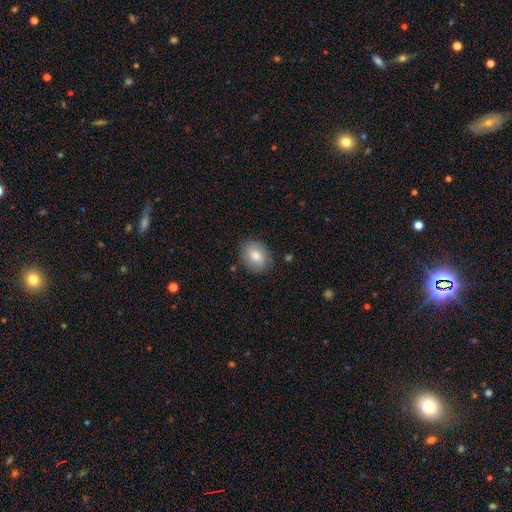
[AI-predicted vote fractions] A smooth galaxy with no disk features (78%) that is in between round and cigar-shaped (53%).

Vote fractions:
- Smooth or featured? smooth: 78% / featured or disk: 14% / star or artifact: 7%
- How rounded? in between: 53% / round: 46% / cigar-shaped: 1%
- Merging? none: 82% / minor disturbance: 13% / major disturbance: 3% / merger: 2%